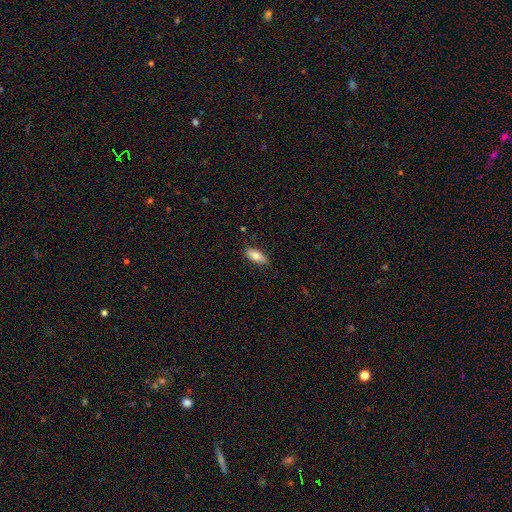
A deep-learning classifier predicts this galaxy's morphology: Overall: smooth (77%). How rounded: in between (81%). Merging: none (84%).